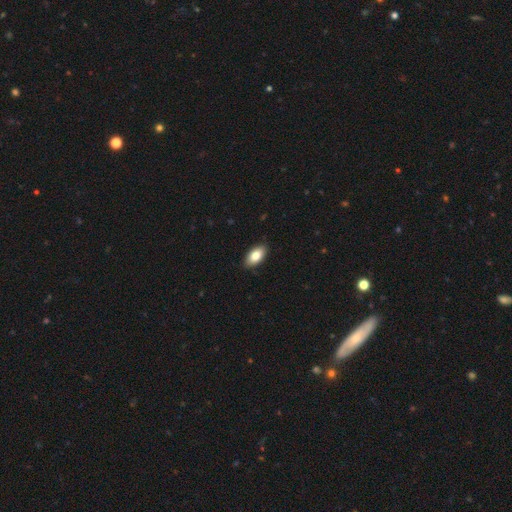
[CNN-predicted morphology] smooth 83%, featured or disk 10%, star or artifact 7%. Down the decision tree: how rounded — in between (93%); merging — none (88%).